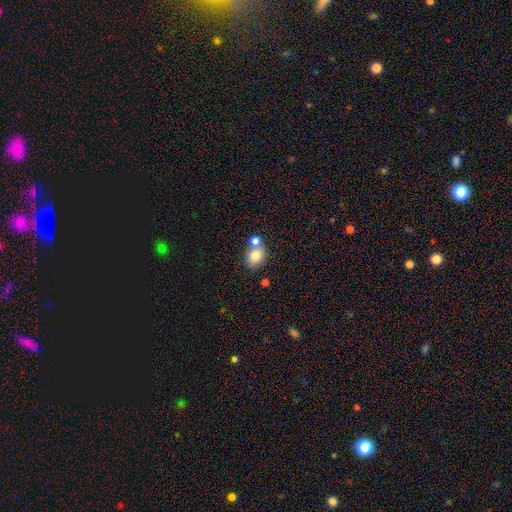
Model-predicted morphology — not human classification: smooth_or_featured: smooth (p=0.78) [alt: featured or disk p=0.12]
how_rounded: round (p=0.53) [alt: in between p=0.46]
merging: none (p=0.51) [alt: merger p=0.35]